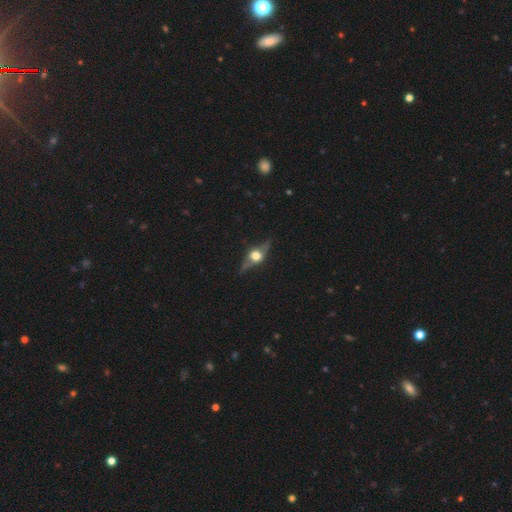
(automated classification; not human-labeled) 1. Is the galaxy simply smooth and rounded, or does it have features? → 78% featured or disk, 14% smooth, 7% star or artifact.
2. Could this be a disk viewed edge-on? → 92% yes, 8% no.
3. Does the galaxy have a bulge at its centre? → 96% rounded, 3% boxy, 1% none.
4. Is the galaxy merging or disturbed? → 84% none, 11% minor disturbance, 3% major disturbance, 1% merger.